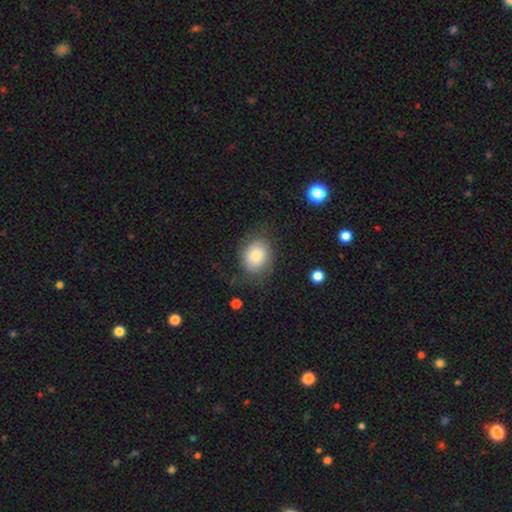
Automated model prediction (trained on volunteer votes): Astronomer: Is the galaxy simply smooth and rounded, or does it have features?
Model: smooth — 70%.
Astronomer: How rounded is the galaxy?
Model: round — 54% (runner-up: in between, 45%).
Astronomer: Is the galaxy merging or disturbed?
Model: none — 68%.